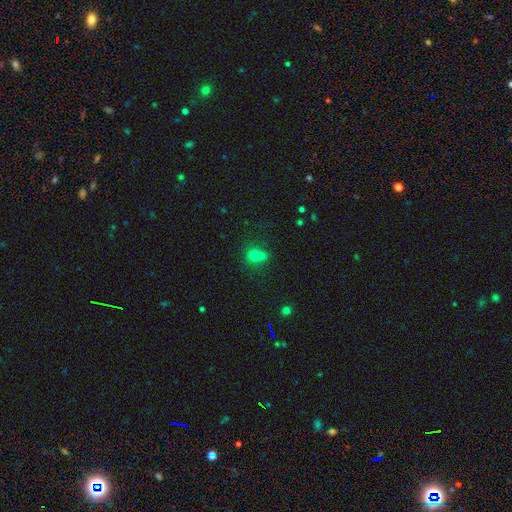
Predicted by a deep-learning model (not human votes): A smooth galaxy with no disk features (63%) that is round (70%). Merging: merger (58%).